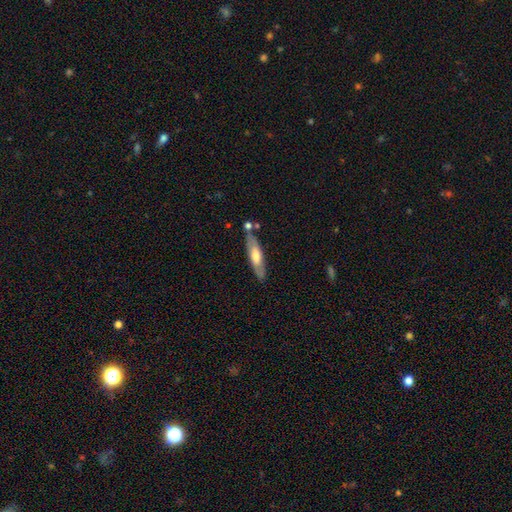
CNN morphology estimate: Smooth or featured? Predicted: smooth (p=0.48). Merging? Predicted: none (p=0.75).